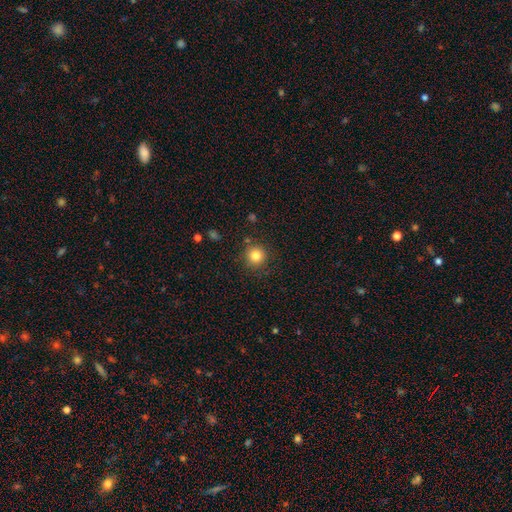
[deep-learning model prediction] Q: Smooth or featured?
A: smooth (83%); runner-up: star or artifact (11%)
Q: How rounded?
A: round (94%); runner-up: in between (5%)
Q: Merging?
A: none (87%); runner-up: minor disturbance (8%)